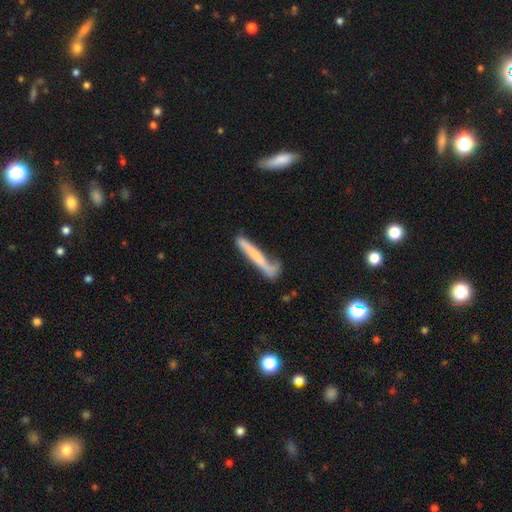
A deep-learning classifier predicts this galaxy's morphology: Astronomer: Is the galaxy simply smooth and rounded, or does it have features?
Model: smooth — 54% (runner-up: featured or disk, 40%).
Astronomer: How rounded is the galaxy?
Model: cigar-shaped — 95%.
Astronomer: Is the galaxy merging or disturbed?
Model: none — 53%.